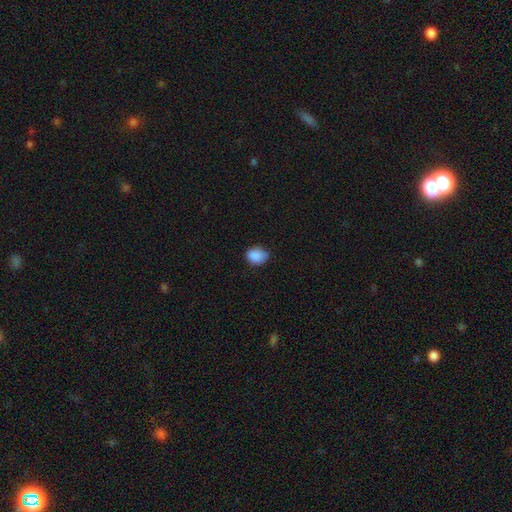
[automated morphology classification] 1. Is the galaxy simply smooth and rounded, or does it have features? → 88% smooth, 8% star or artifact, 3% featured or disk.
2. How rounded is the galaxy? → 53% in between, 46% round, 1% cigar-shaped.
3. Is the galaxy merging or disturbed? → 72% none, 23% minor disturbance, 4% major disturbance, 1% merger.